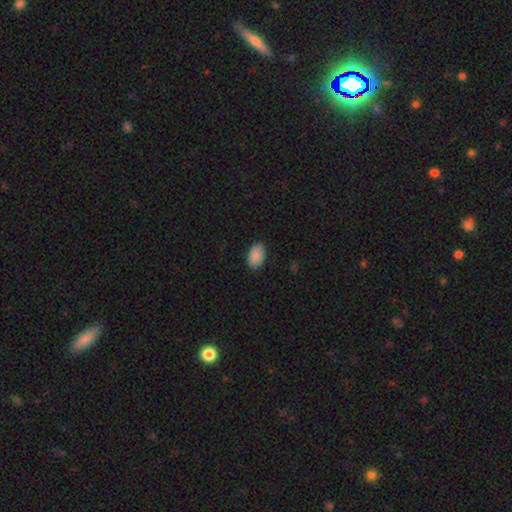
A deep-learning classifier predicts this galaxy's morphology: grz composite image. It shows a smooth galaxy with no disk features (89%) that is in between round and cigar-shaped (91%). Merging: none (87%).